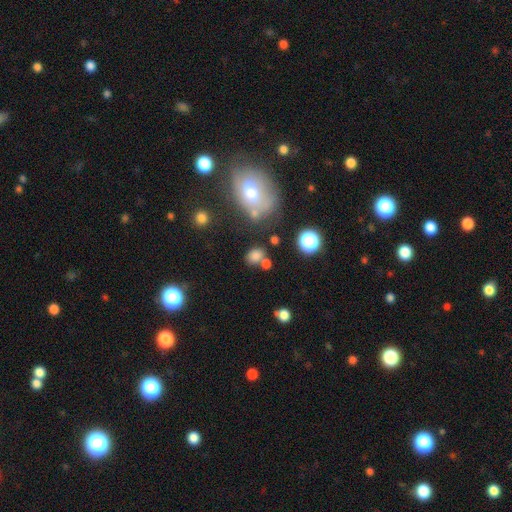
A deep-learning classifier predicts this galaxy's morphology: Overall: smooth (75%). How rounded: in between (59%; round 40%). Merging: none (60%).